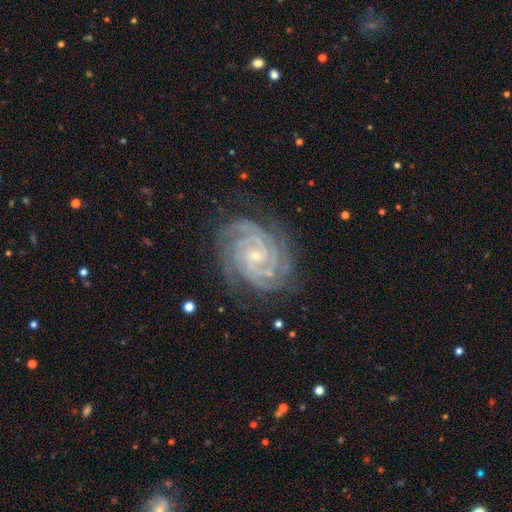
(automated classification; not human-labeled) Q: Smooth or featured?
A: featured or disk (91%); runner-up: star or artifact (6%)
Q: Edge-on disk?
A: no (98%); runner-up: yes (2%)
Q: Bar?
A: no (67%); runner-up: weak (23%)
Q: Spiral arms?
A: yes (99%); runner-up: no (1%)
Q: Spiral winding?
A: tight (83%); runner-up: medium (15%)
Q: Spiral arm count?
A: 4 (26%); runner-up: 3 (24%)
Q: Bulge size?
A: small (80%); runner-up: moderate (17%)
Q: Merging?
A: none (80%); runner-up: minor disturbance (15%)